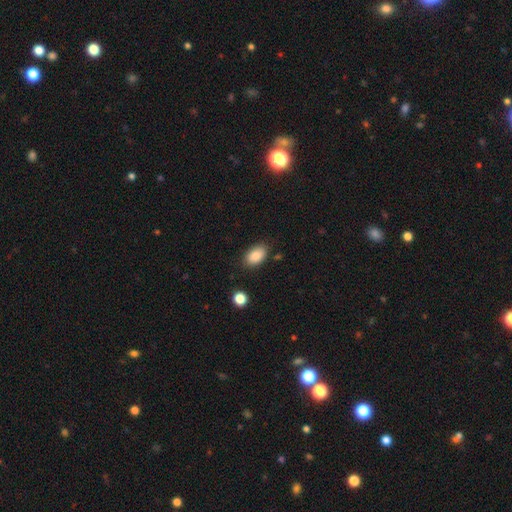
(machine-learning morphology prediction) This appears to be a smooth galaxy with no disk features (87%) that is in between round and cigar-shaped (90%). Merging: none (82%).